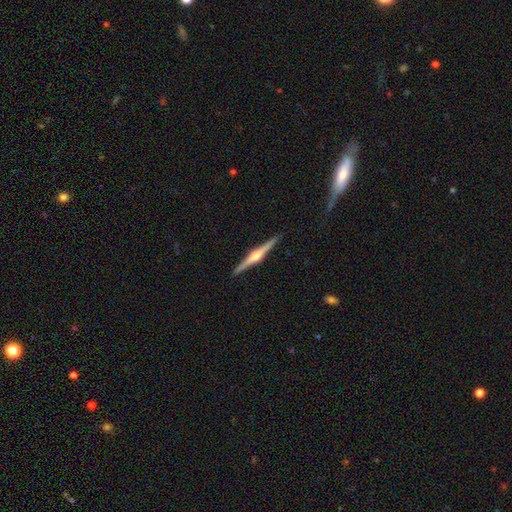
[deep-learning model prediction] Morphology: type=featured or disk (83%); edge-on=yes (99%); edge-on bulge=rounded (90%); merging=none (92%).